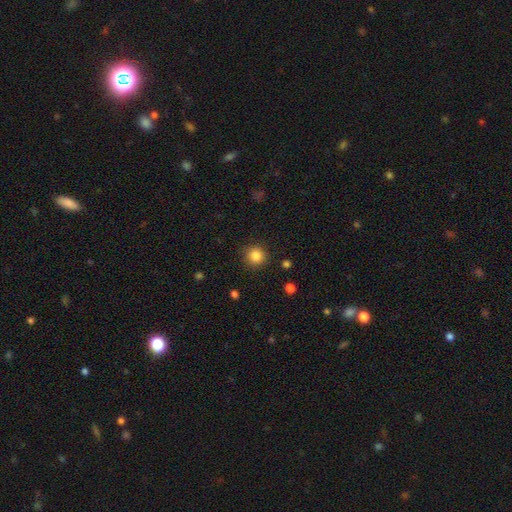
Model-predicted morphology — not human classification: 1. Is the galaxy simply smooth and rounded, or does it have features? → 84% smooth, 11% star or artifact, 5% featured or disk.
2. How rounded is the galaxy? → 93% round, 6% in between, 1% cigar-shaped.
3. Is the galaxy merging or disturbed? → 90% none, 7% minor disturbance, 2% major disturbance, 1% merger.